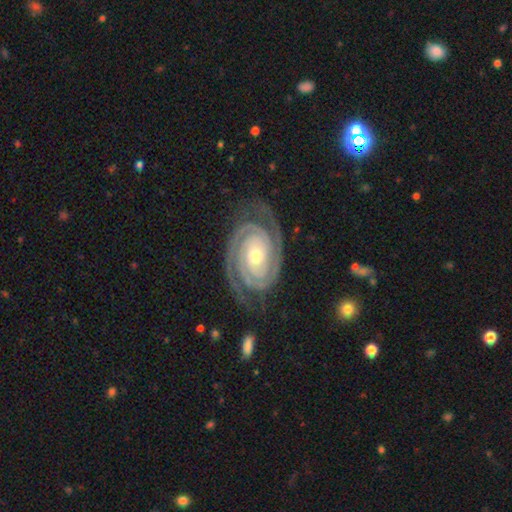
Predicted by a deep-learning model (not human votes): Smooth or featured? featured or disk (93%)
Edge-on disk? no (97%)
Bar? no (70%)
Spiral arms? yes (99%)
Spiral winding? tight (84%)
Spiral arm count? 2 (88%)
Bulge size? moderate (53%)
Merging? none (80%)